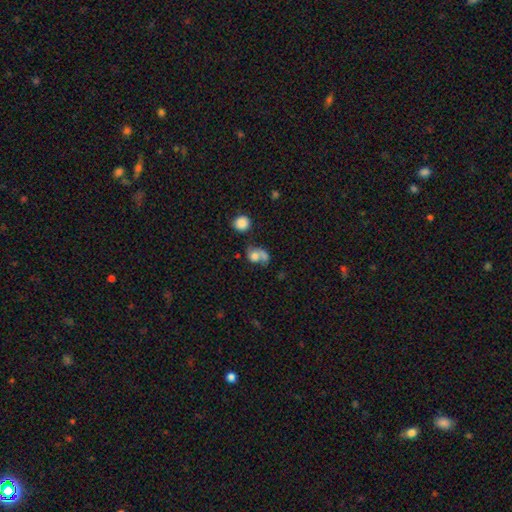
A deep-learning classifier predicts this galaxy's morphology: This is likely a smooth galaxy (63%). How rounded: possibly round (58%). Merging: marginally merger (44%).